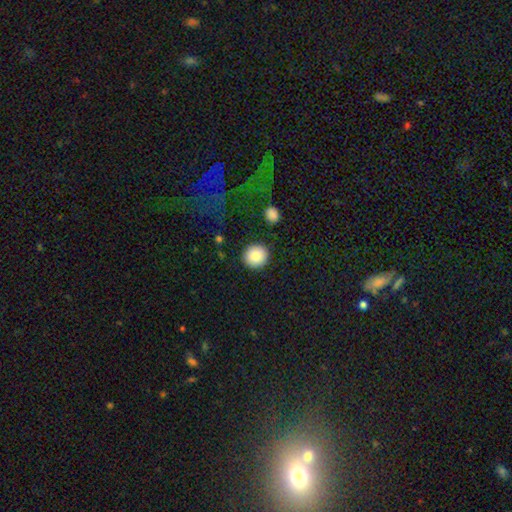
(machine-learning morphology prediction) smooth_or_featured: smooth (p=0.88) [alt: star or artifact p=0.08]
how_rounded: round (p=0.91) [alt: in between p=0.08]
merging: none (p=0.90) [alt: minor disturbance p=0.06]